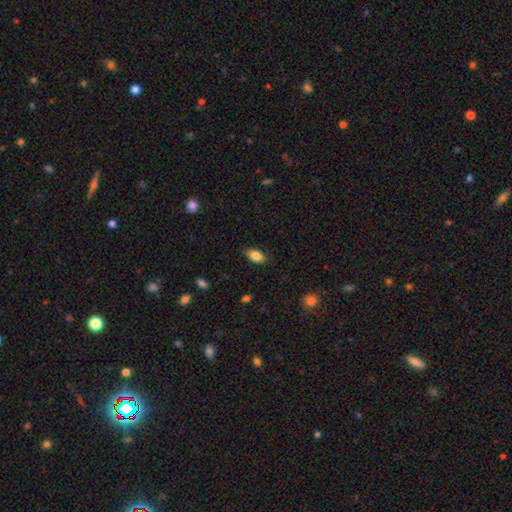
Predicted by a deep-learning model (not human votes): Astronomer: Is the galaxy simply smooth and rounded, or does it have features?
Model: smooth — 84%.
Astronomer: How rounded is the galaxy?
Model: in between — 89%.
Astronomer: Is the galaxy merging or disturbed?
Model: none — 82%.